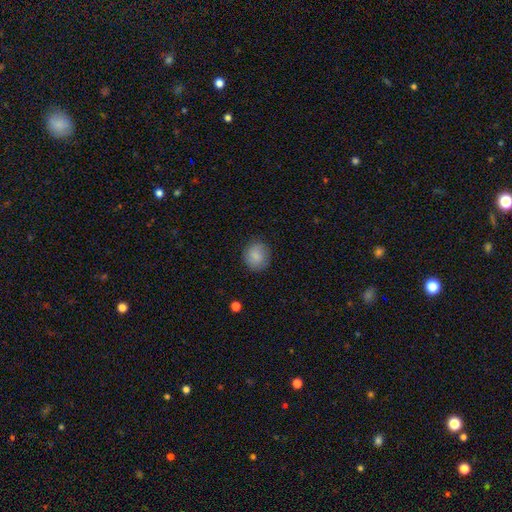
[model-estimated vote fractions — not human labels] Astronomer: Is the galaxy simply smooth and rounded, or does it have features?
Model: smooth — 85%.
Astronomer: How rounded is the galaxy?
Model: round — 83%.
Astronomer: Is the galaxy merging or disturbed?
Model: none — 84%.